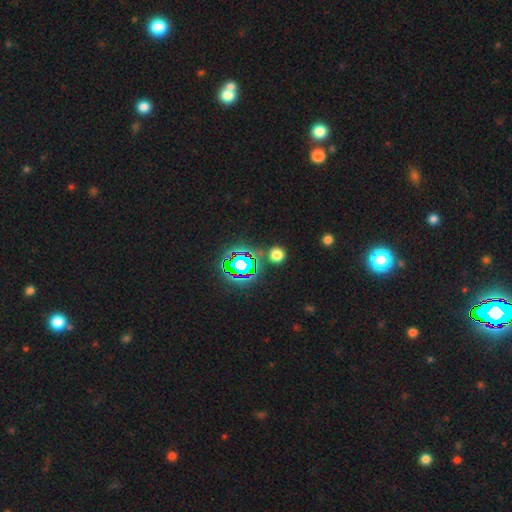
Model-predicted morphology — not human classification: Smooth or featured? Predicted: star or artifact (p=0.79).